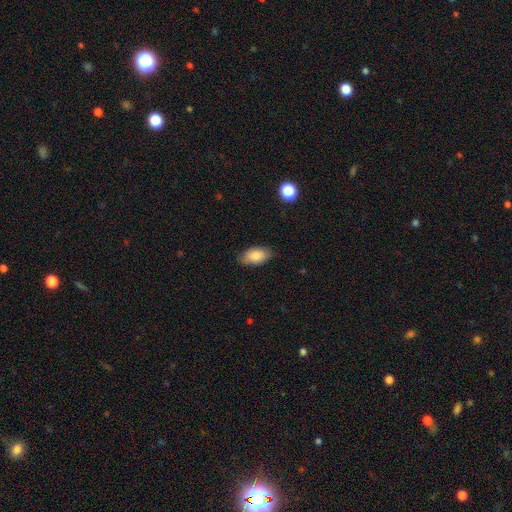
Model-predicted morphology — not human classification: smooth 83%, featured or disk 10%, star or artifact 7%. Down the decision tree: how rounded — in between (93%); merging — none (80%).